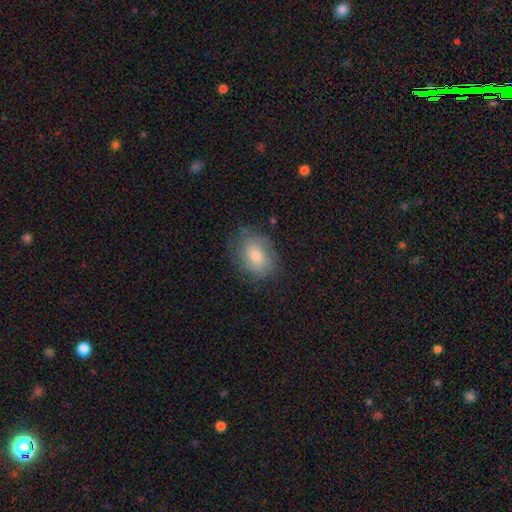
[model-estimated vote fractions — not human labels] smooth-or-featured: smooth: 64% | featured or disk: 28% | star or artifact: 9%
  how-rounded: in between: 70% | round: 29% | cigar-shaped: 1%
  merging: none: 72% | minor disturbance: 20% | major disturbance: 7% | merger: 1%